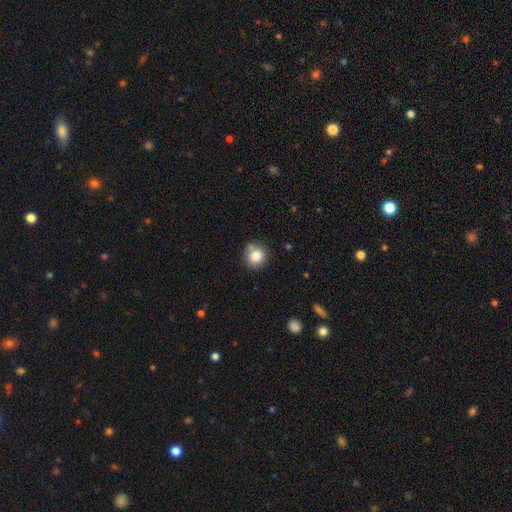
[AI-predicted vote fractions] A smooth galaxy with no disk features (83%) that is round (86%). Merging: none (74%).